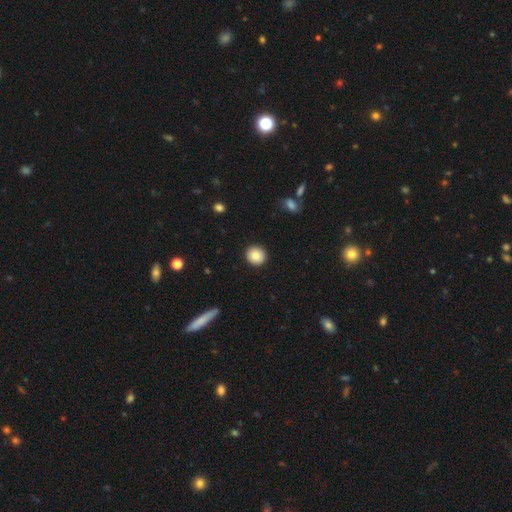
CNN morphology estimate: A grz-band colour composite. It shows a smooth galaxy with no disk features (85%) that is round (90%). Merging: none (92%).